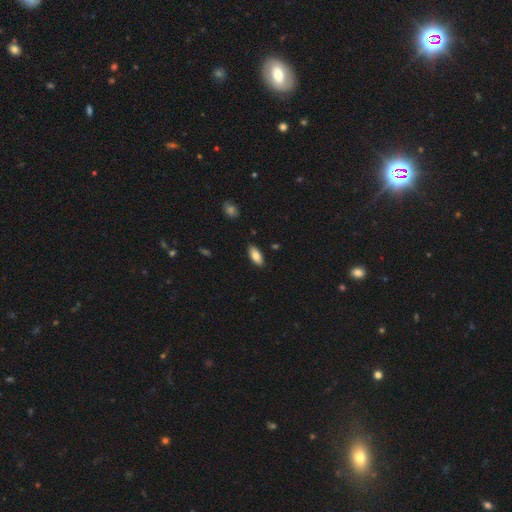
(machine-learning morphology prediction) This appears to be a smooth galaxy with no disk features (81%) that is in between round and cigar-shaped (89%). Merging: none (87%).